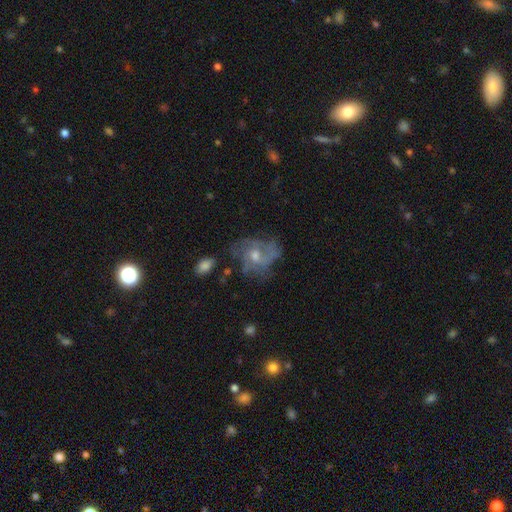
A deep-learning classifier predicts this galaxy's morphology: featured or disk 73%, smooth 16%, star or artifact 11%. Down the decision tree: edge-on disk — no (97%); bar — no (71%); spiral arms — yes (83%); spiral arm count — can't tell (30%); spiral winding — medium (45%); bulge size — moderate (59%); merging — none (56%).